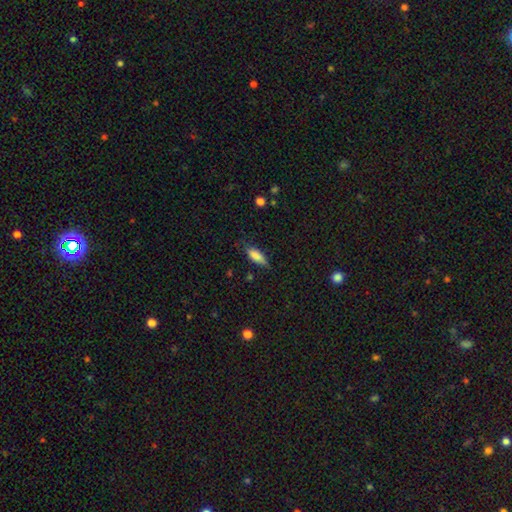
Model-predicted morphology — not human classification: Smooth or featured? smooth (82%)
How rounded? in between (71%)
Merging? none (66%)